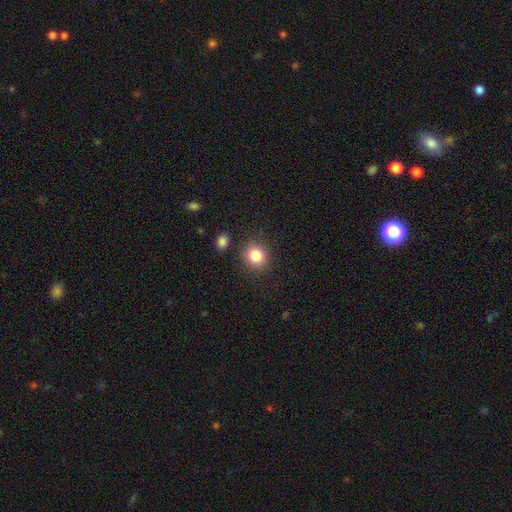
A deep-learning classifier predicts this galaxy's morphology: Smooth or featured? Predicted: smooth (p=0.84). How rounded? Predicted: round (p=0.81). Merging? Predicted: none (p=0.83).